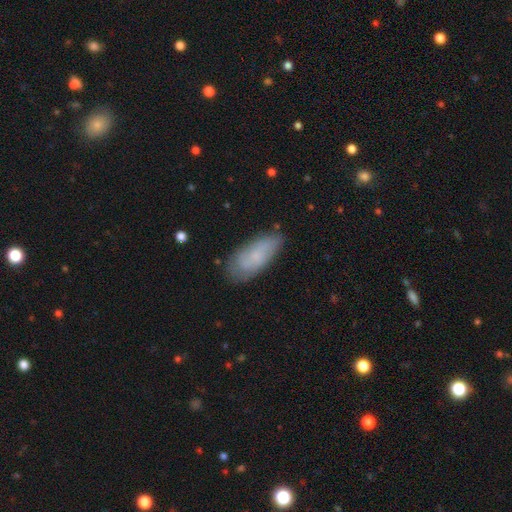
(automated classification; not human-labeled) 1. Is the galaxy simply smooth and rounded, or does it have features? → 62% smooth, 30% featured or disk, 8% star or artifact.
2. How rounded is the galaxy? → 80% in between, 18% cigar-shaped, 2% round.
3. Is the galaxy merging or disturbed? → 74% none, 20% minor disturbance, 5% major disturbance, 2% merger.